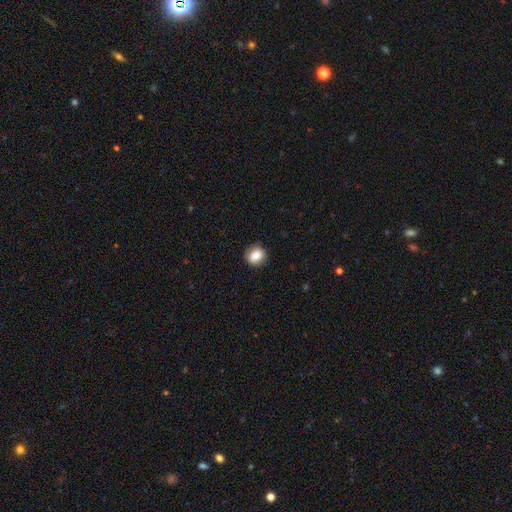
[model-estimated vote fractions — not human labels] smooth-or-featured: smooth: 81% | featured or disk: 10% | star or artifact: 9%
  how-rounded: round: 83% | in between: 16% | cigar-shaped: 1%
  merging: none: 89% | minor disturbance: 8% | major disturbance: 2% | merger: 1%